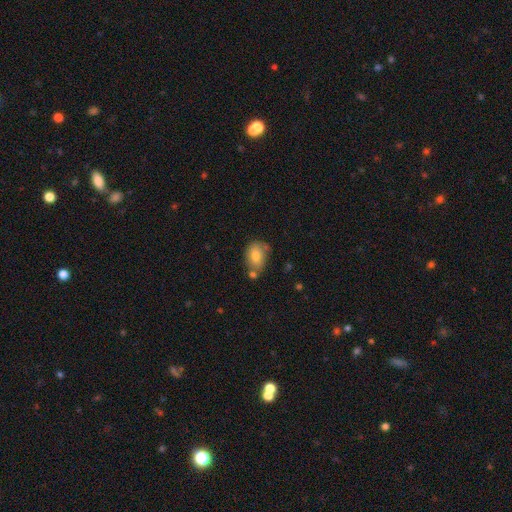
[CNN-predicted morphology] smooth_or_featured: smooth (p=0.77) [alt: featured or disk p=0.15]
how_rounded: in between (p=0.74) [alt: round p=0.24]
merging: none (p=0.56) [alt: minor disturbance p=0.22]